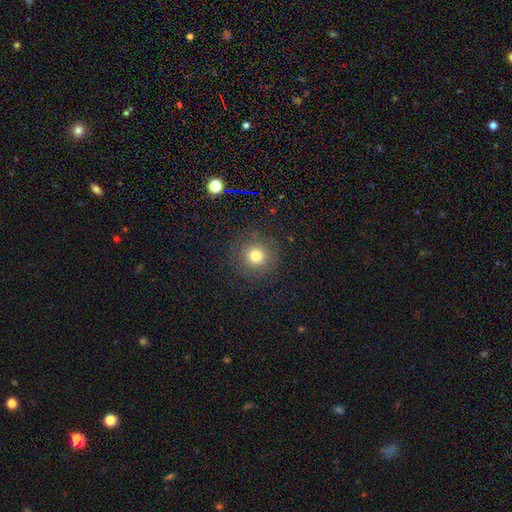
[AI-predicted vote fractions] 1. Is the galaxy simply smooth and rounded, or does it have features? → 75% smooth, 16% star or artifact, 9% featured or disk.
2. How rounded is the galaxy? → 95% round, 4% in between, 1% cigar-shaped.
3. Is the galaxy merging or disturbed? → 87% none, 7% minor disturbance, 4% major disturbance, 1% merger.